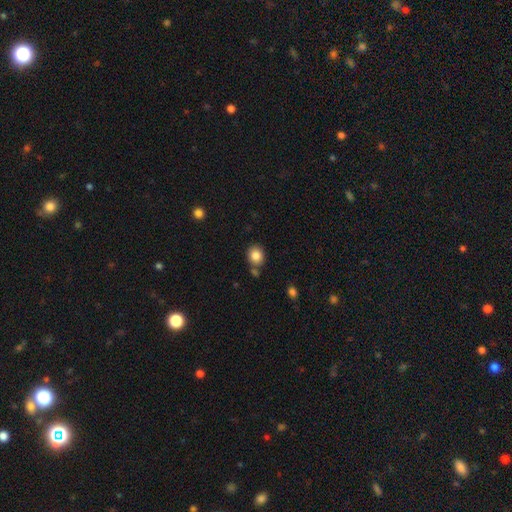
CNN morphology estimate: Smooth or featured? smooth (85%)
How rounded? round (68%)
Merging? none (73%)